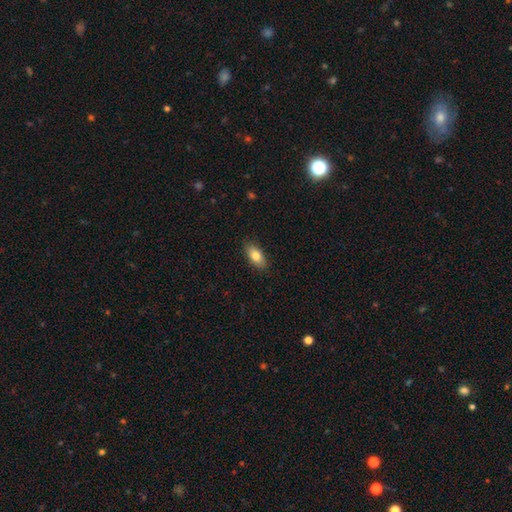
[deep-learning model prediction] smooth_or_featured: smooth (p=0.80) [alt: featured or disk p=0.13]
how_rounded: in between (p=0.89) [alt: cigar-shaped p=0.07]
merging: none (p=0.87) [alt: minor disturbance p=0.10]